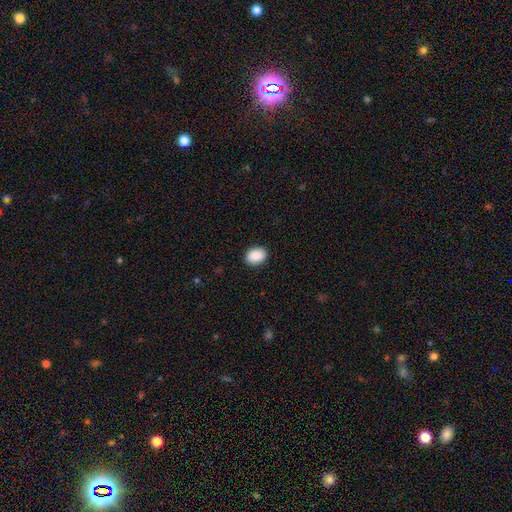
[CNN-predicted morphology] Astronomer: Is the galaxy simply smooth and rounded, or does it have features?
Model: smooth — 91%.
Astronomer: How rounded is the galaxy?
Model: in between — 73%.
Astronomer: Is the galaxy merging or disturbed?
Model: none — 90%.